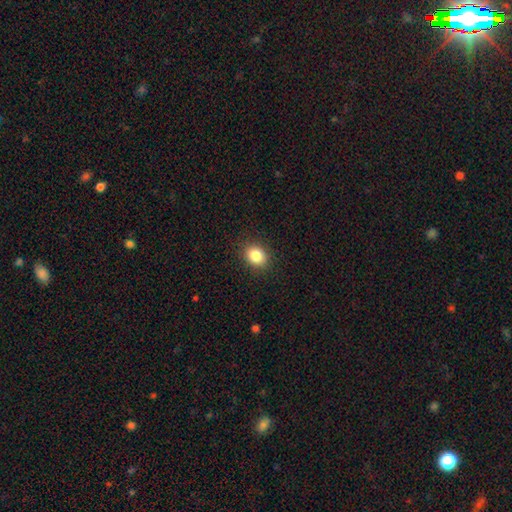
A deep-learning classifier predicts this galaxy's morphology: Overall: smooth (85%). How rounded: in between (50%; round 49%). Merging: none (89%).